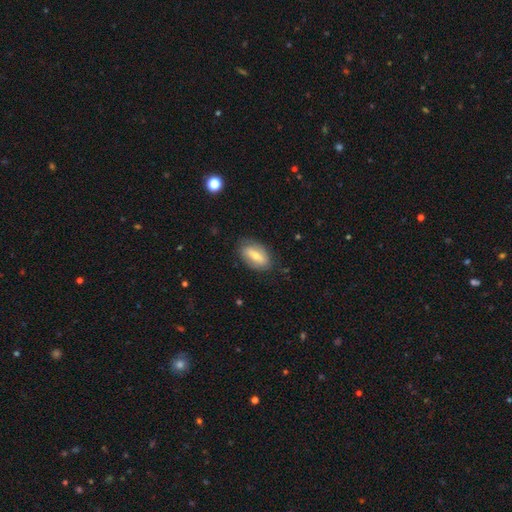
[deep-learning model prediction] A smooth galaxy with no disk features (59%) that is in between round and cigar-shaped (89%). Merging: none (79%).